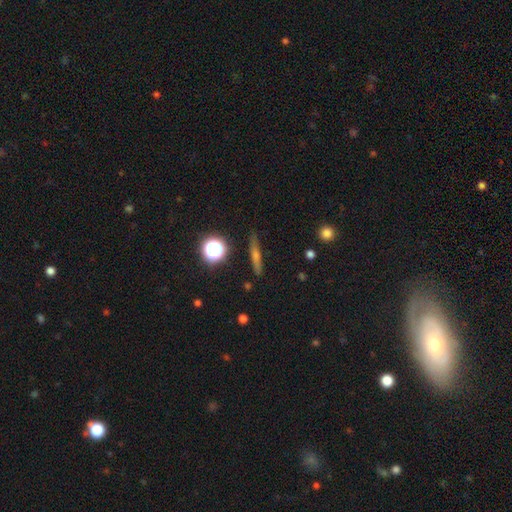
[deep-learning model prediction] Smooth or featured? featured or disk (44%)
Merging? none (87%)